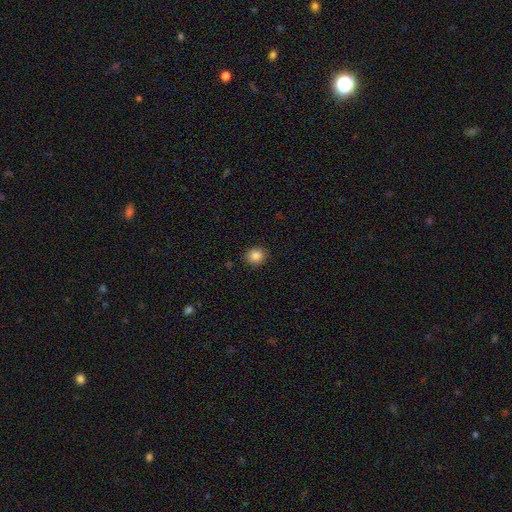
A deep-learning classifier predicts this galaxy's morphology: Overall: smooth (86%). How rounded: round (83%). Merging: none (89%).